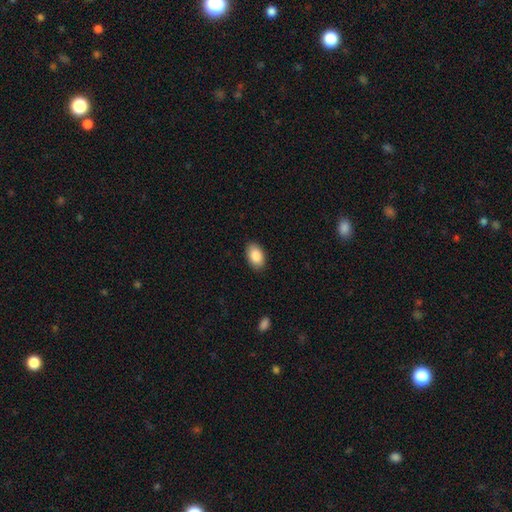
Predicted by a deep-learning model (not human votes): smooth 88%, star or artifact 7%, featured or disk 5%. Down the decision tree: how rounded — in between (93%); merging — none (89%).